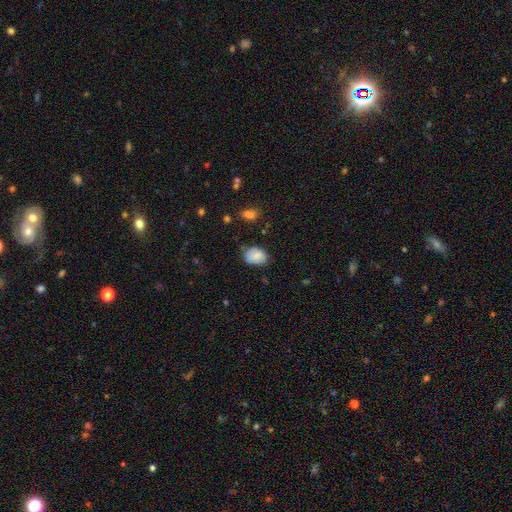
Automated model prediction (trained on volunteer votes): Smooth or featured? Predicted: smooth (p=0.76). How rounded? Predicted: in between (p=0.73). Merging? Predicted: none (p=0.64).